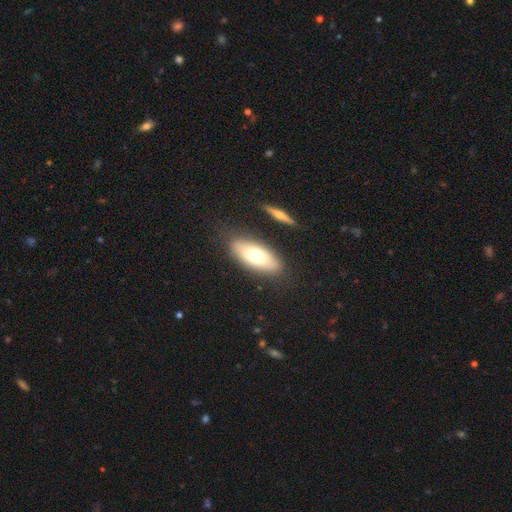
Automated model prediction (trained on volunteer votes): The model was most divided on "smooth or featured": smooth: 67%, featured or disk: 26%, star or artifact: 7%. More confident: merging — none (82%); how rounded — in between (79%).